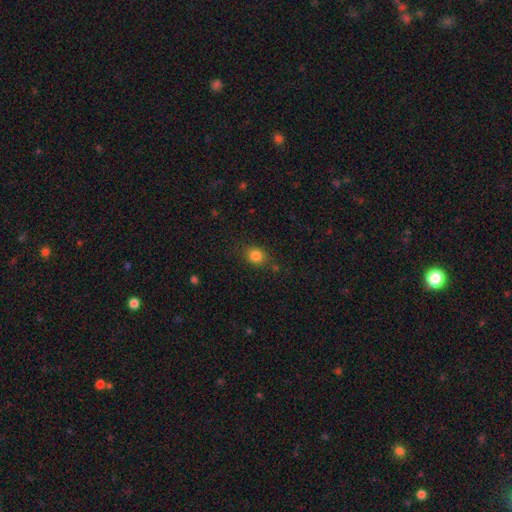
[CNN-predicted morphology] This appears to be a smooth galaxy with no disk features (83%) that is round (69%). Merging: none (79%).